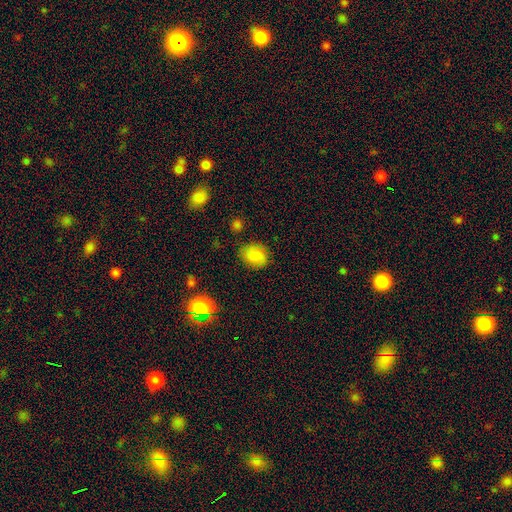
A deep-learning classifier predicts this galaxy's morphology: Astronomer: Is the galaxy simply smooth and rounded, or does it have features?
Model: smooth — 83%.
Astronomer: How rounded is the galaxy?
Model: in between — 51% (runner-up: round, 47%).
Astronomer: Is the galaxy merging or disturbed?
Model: none — 79%.